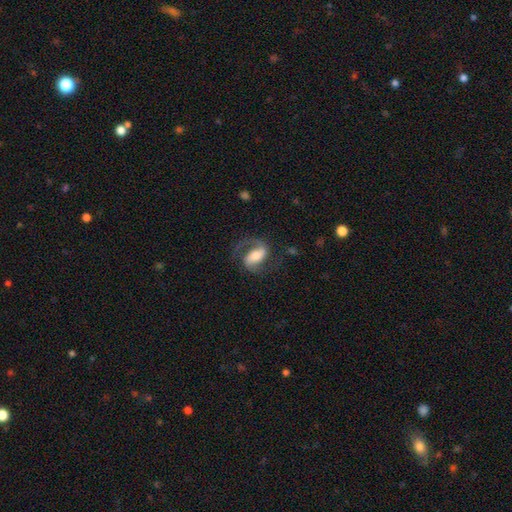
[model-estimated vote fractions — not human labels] Smooth or featured?
  - featured or disk: 78% *
  - smooth: 16%
  - star or artifact: 6%
Edge-on disk?
  - no: 96% *
  - yes: 4%
Bar?
  - strong: 45% *
  - weak: 35%
  - no: 20%
Spiral arms?
  - yes: 94% *
  - no: 6%
Spiral winding?
  - medium: 50% *
  - loose: 34%
  - tight: 15%
Spiral arm count?
  - 2: 82% *
  - 1: 12%
  - can't tell: 3%
  - 3: 1%
  - 4: 1%
  - more than 4: 1%
Bulge size?
  - moderate: 55% *
  - small: 22%
  - large: 18%
  - none: 3%
  - dominant: 3%
Merging?
  - none: 65% *
  - major disturbance: 17%
  - minor disturbance: 16%
  - merger: 2%